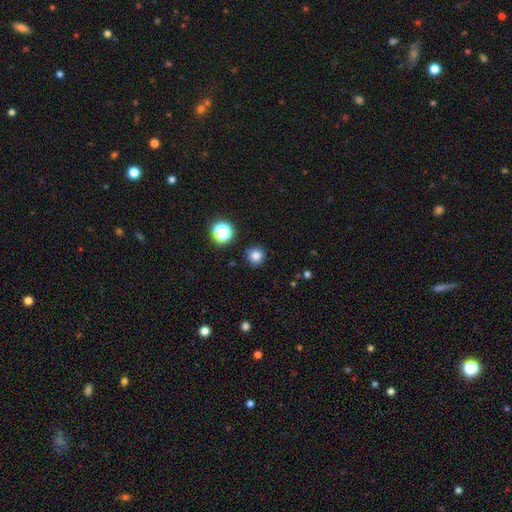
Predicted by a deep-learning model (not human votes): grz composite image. It shows a smooth galaxy with no disk features (80%) that is round (94%). Merging: none (89%).